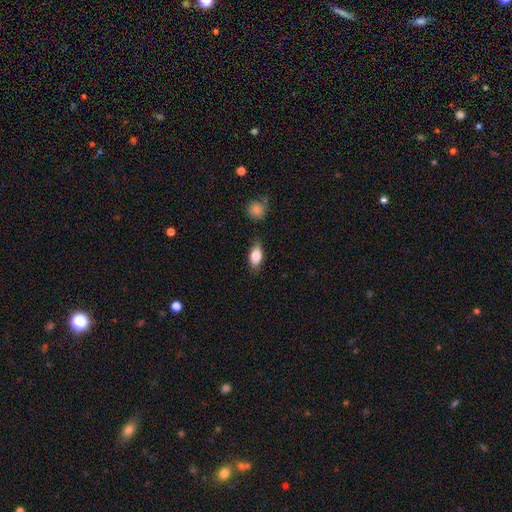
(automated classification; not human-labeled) Morphology: type=smooth (82%); roundness=in between (88%); merging=none (82%).